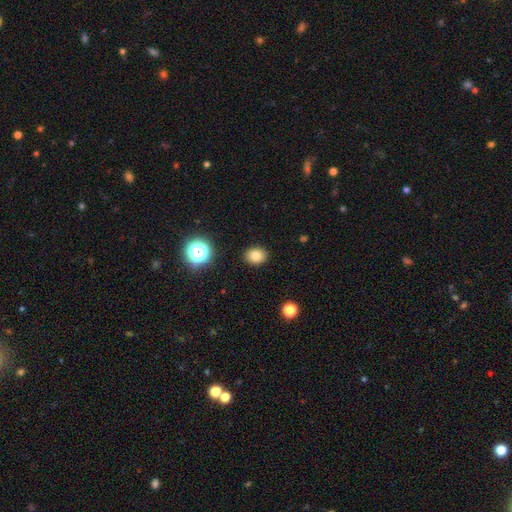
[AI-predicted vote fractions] This is likely a smooth galaxy (79%). How rounded: possibly in between (55%). Merging: clearly none (90%).